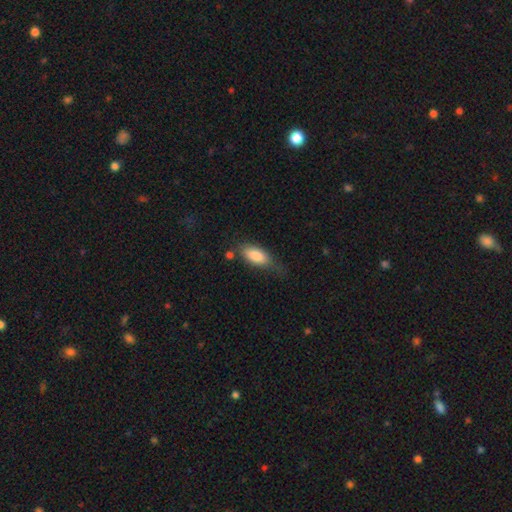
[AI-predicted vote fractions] Q: Smooth or featured?
A: smooth (82%); runner-up: featured or disk (12%)
Q: How rounded?
A: in between (84%); runner-up: cigar-shaped (14%)
Q: Merging?
A: none (55%); runner-up: minor disturbance (29%)